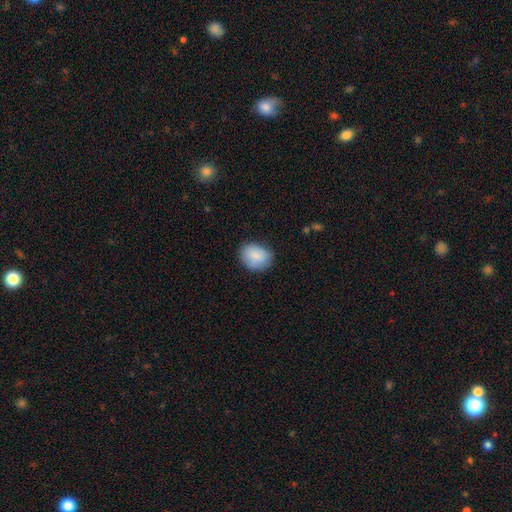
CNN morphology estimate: Q: Smooth or featured?
A: smooth (86%); runner-up: featured or disk (7%)
Q: How rounded?
A: in between (52%); runner-up: round (47%)
Q: Merging?
A: none (77%); runner-up: minor disturbance (18%)